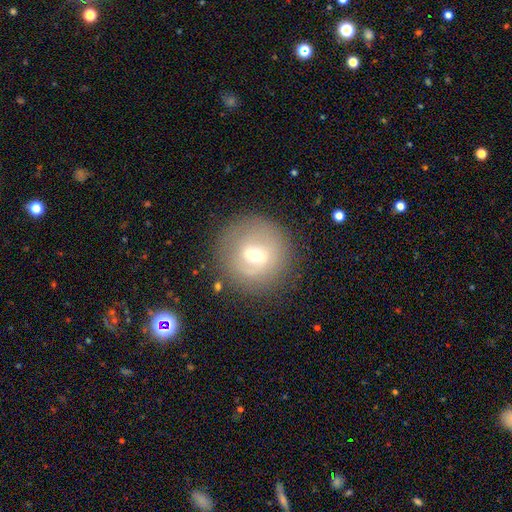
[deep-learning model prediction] This is possibly a featured or disk galaxy (48%). Merging: likely none (79%).